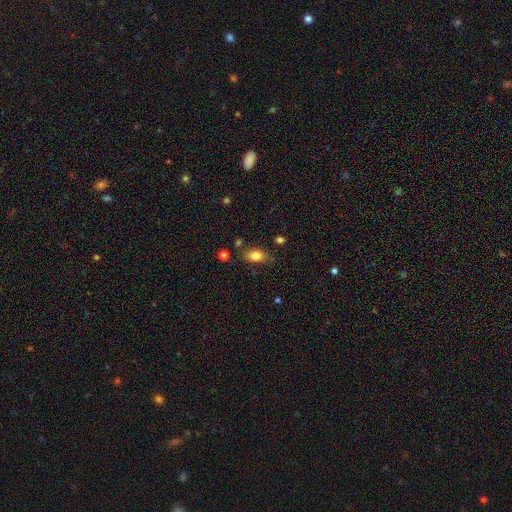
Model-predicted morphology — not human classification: smooth-or-featured: smooth: 81% | featured or disk: 10% | star or artifact: 9%
  how-rounded: in between: 82% | round: 14% | cigar-shaped: 4%
  merging: none: 74% | minor disturbance: 18% | major disturbance: 4% | merger: 4%